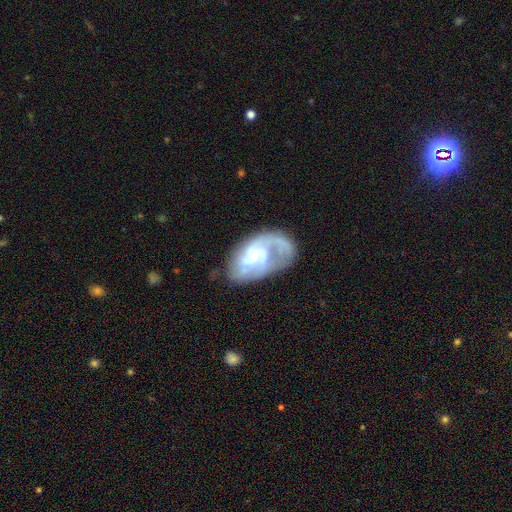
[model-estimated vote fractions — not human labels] Q: Smooth or featured?
A: featured or disk (77%); runner-up: smooth (17%)
Q: Edge-on disk?
A: no (97%); runner-up: yes (3%)
Q: Bar?
A: no (48%); runner-up: weak (43%)
Q: Spiral arms?
A: yes (88%); runner-up: no (12%)
Q: Spiral winding?
A: medium (44%); runner-up: tight (30%)
Q: Spiral arm count?
A: 2 (36%); runner-up: can't tell (24%)
Q: Bulge size?
A: small (51%); runner-up: moderate (28%)
Q: Merging?
A: none (46%); runner-up: major disturbance (27%)